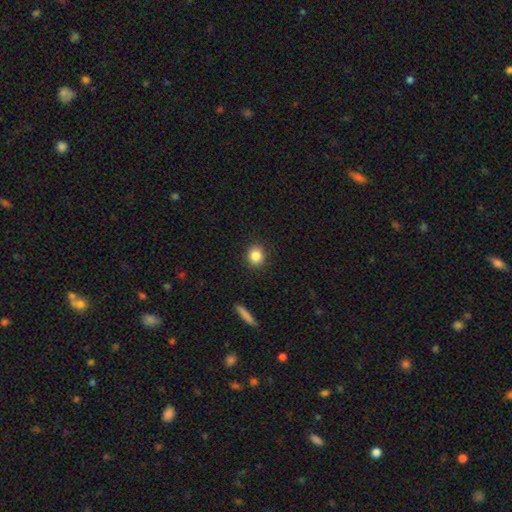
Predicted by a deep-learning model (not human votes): A smooth galaxy with no disk features (85%) that is round (83%).

Vote fractions:
- Smooth or featured? smooth: 85% / star or artifact: 10% / featured or disk: 5%
- How rounded? round: 83% / in between: 15% / cigar-shaped: 1%
- Merging? none: 91% / minor disturbance: 6% / major disturbance: 2% / merger: 1%